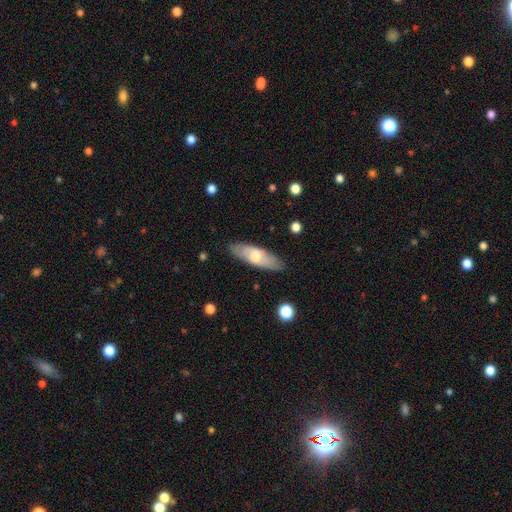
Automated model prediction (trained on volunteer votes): Morphology: type=smooth (59%); roundness=in between (56%); merging=none (85%).